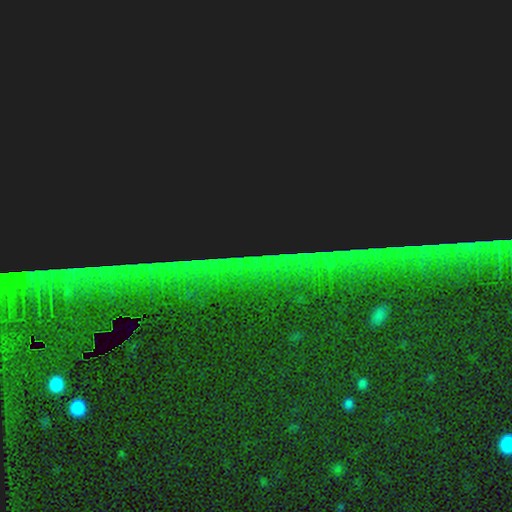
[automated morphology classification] A star or artifact, not a galaxy (87%).